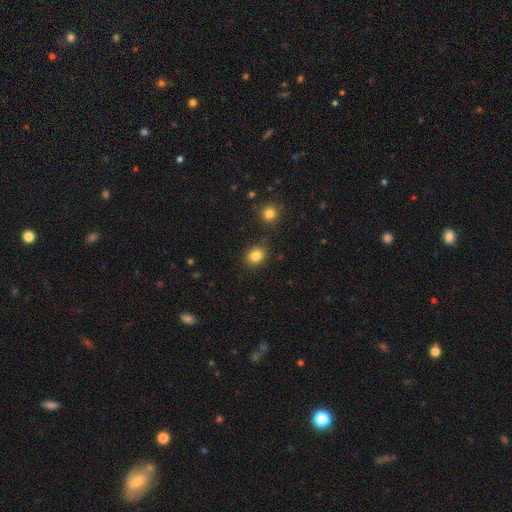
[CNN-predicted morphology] Overall: smooth (84%). How rounded: round (61%; in between 38%). Merging: none (84%).